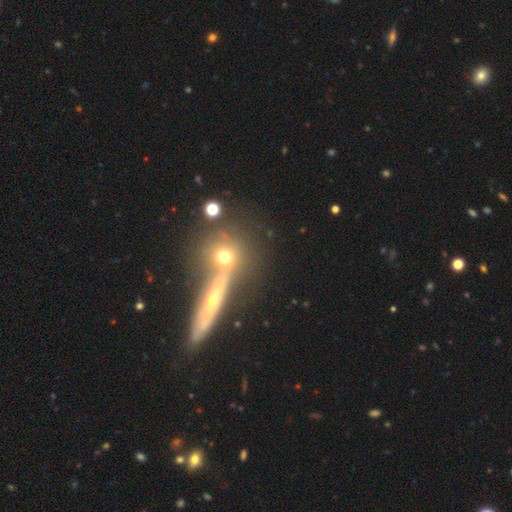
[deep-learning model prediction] smooth-or-featured: featured or disk: 48% | smooth: 33% | star or artifact: 19%
  merging: none: 52% | merger: 34% | minor disturbance: 10% | major disturbance: 5%